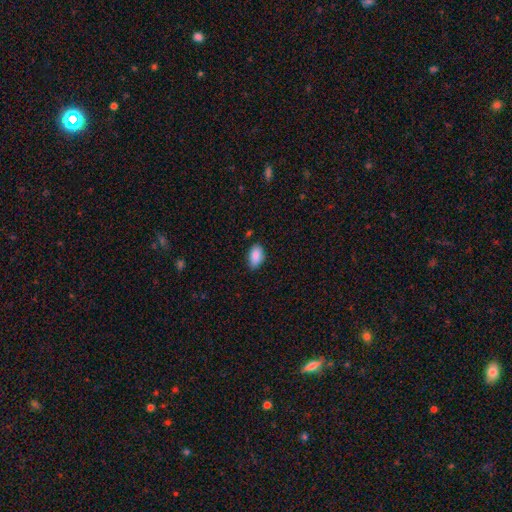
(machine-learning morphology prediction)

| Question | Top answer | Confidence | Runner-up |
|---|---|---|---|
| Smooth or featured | smooth | 88% | star or artifact (7%) |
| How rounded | in between | 92% | round (6%) |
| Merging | none | 76% | minor disturbance (20%) |